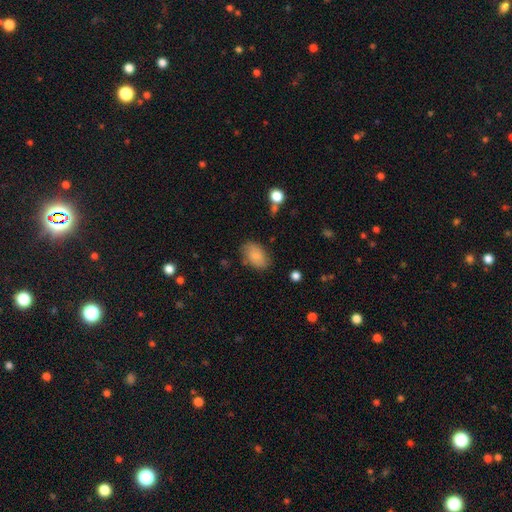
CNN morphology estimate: Smooth or featured? Predicted: smooth (p=0.82). How rounded? Predicted: in between (p=0.91). Merging? Predicted: none (p=0.76).